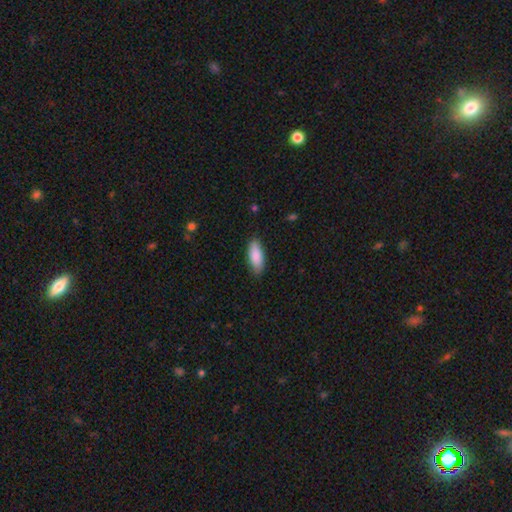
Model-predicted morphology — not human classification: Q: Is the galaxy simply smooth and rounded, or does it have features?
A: smooth — 88%.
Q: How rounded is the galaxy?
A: in between — 80%.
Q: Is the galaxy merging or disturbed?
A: none — 83%.